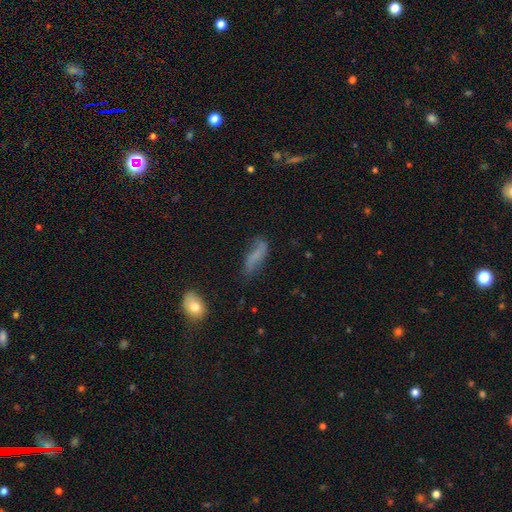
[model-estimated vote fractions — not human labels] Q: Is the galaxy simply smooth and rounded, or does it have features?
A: smooth — 51%.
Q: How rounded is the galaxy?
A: in between — 52%.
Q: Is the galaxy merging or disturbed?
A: none — 54%.